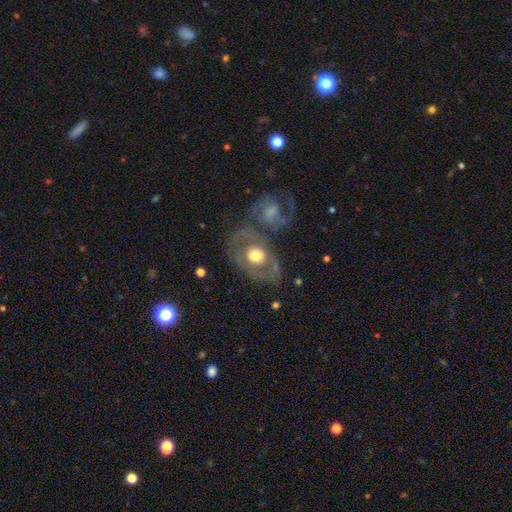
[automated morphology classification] type=featured or disk (57%); edge-on=no (94%); bar=no (87%); spiral arms=no (67%); bulge=moderate (56%); merging=none (52%).